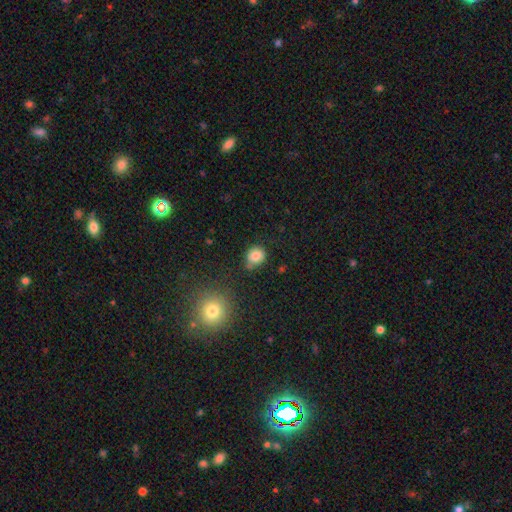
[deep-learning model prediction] smooth 81%, star or artifact 11%, featured or disk 7%. Down the decision tree: how rounded — round (77%); merging — none (66%).